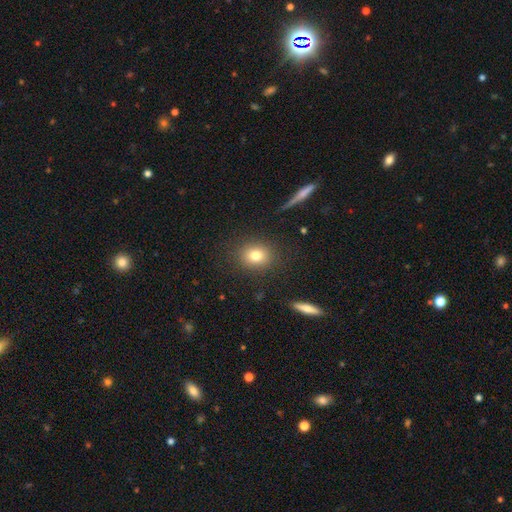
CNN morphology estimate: smooth 80%, star or artifact 11%, featured or disk 9%. Down the decision tree: how rounded — round (66%); merging — none (87%).